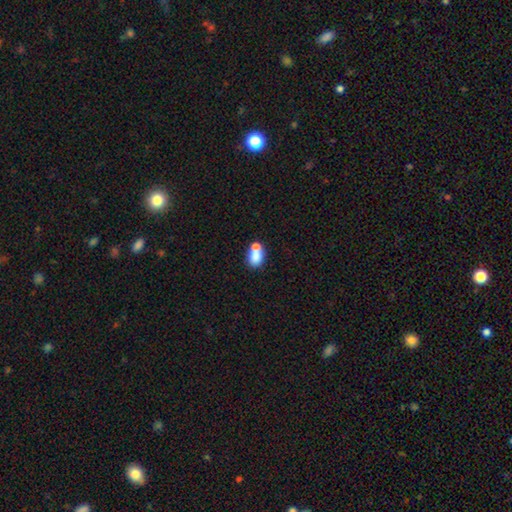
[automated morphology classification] Smooth or featured? smooth (77%)
How rounded? in between (75%)
Merging? merger (50%)